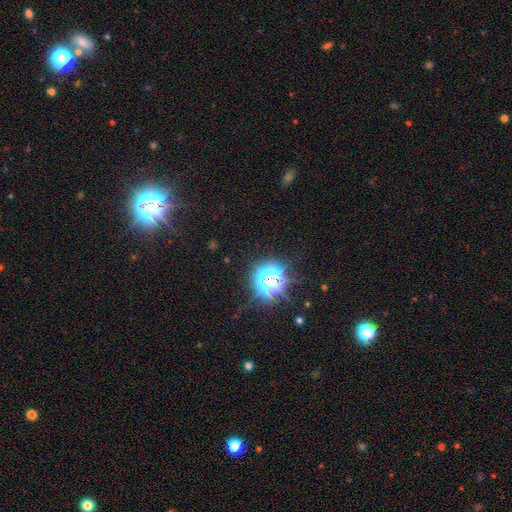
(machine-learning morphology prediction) star or artifact 78%, smooth 16%, featured or disk 6%.